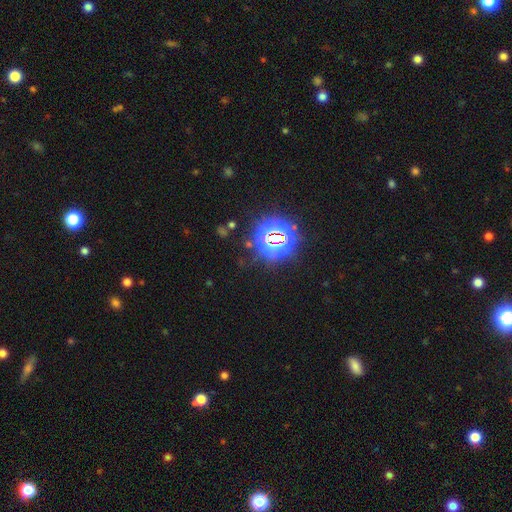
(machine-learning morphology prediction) Smooth or featured?
  - star or artifact: 82% *
  - smooth: 11%
  - featured or disk: 7%